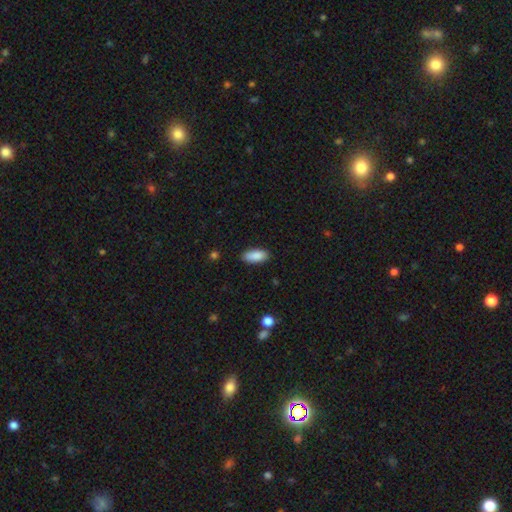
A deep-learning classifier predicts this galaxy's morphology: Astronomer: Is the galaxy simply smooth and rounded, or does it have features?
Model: smooth — 89%.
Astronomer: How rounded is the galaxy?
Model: in between — 86%.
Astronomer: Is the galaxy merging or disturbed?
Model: none — 88%.